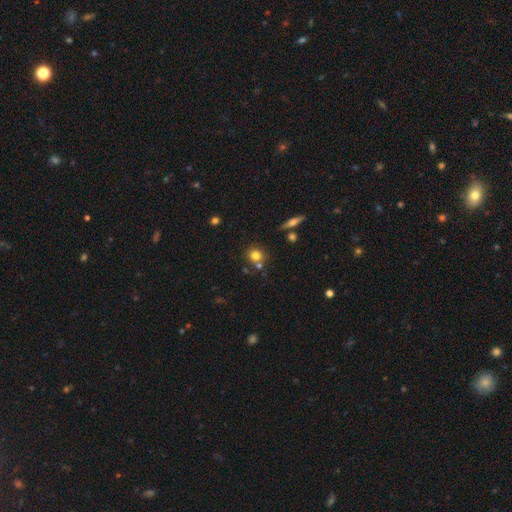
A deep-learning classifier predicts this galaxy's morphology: Smooth or featured: smooth — 77% (star or artifact — 13%)
How rounded: round — 82% (in between — 16%)
Merging: none — 68% (merger — 19%)